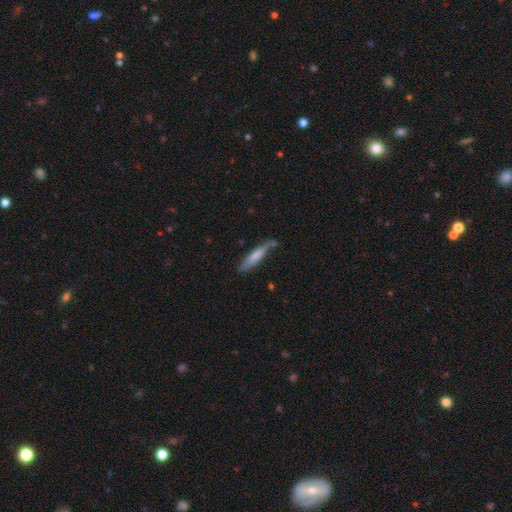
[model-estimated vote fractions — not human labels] Q: Smooth or featured?
A: smooth (66%); runner-up: featured or disk (28%)
Q: How rounded?
A: cigar-shaped (86%); runner-up: in between (13%)
Q: Merging?
A: none (66%); runner-up: minor disturbance (22%)